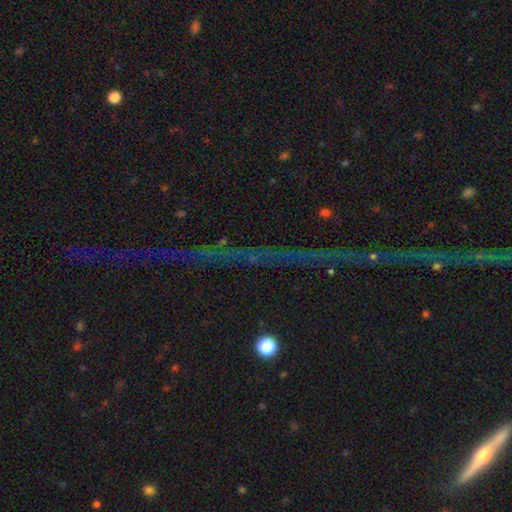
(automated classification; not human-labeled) A star or artifact, not a galaxy (80%).